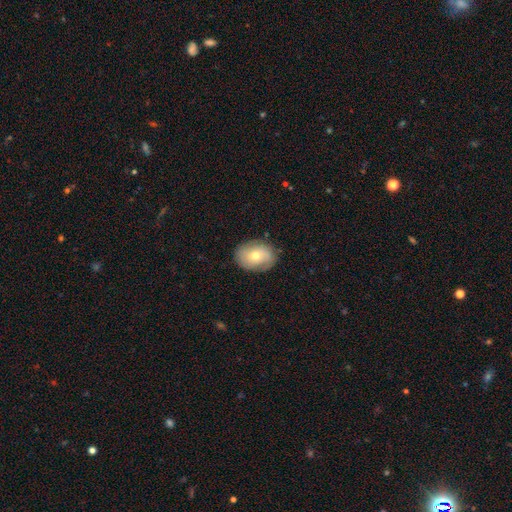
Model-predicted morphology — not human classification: Q: Smooth or featured?
A: smooth (62%); runner-up: featured or disk (30%)
Q: How rounded?
A: in between (64%); runner-up: round (35%)
Q: Merging?
A: none (82%); runner-up: minor disturbance (14%)